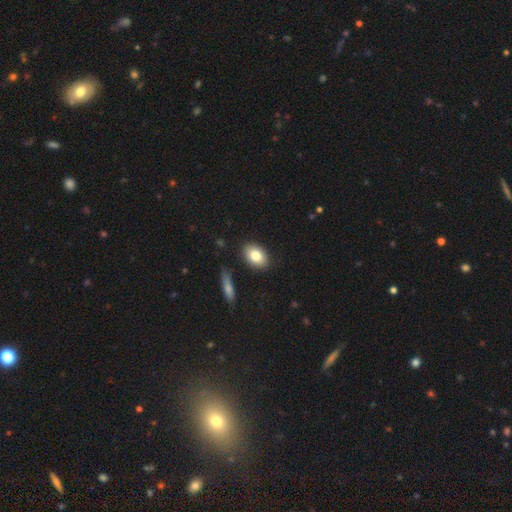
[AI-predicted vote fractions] Q: Smooth or featured?
A: smooth (82%); runner-up: featured or disk (11%)
Q: How rounded?
A: in between (84%); runner-up: round (14%)
Q: Merging?
A: none (86%); runner-up: minor disturbance (10%)